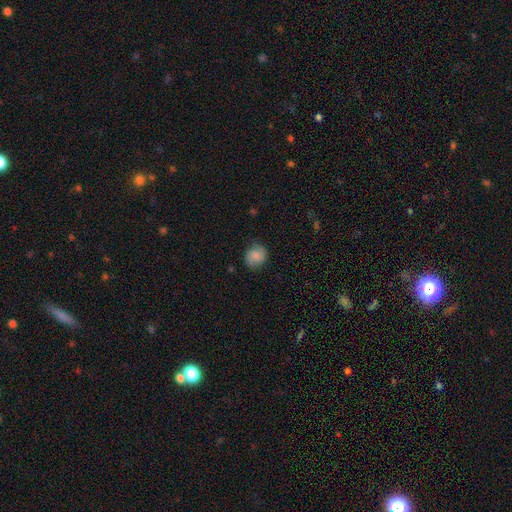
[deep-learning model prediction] The model was most divided on "how rounded": round: 68%, in between: 30%, cigar-shaped: 1%. More confident: merging — none (76%); smooth or featured — smooth (74%).